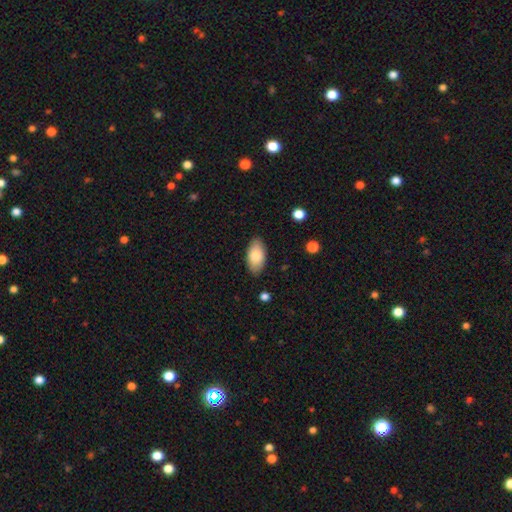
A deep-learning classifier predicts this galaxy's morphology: This appears to be a smooth galaxy with no disk features (81%) that is in between round and cigar-shaped (94%). Merging: none (86%).